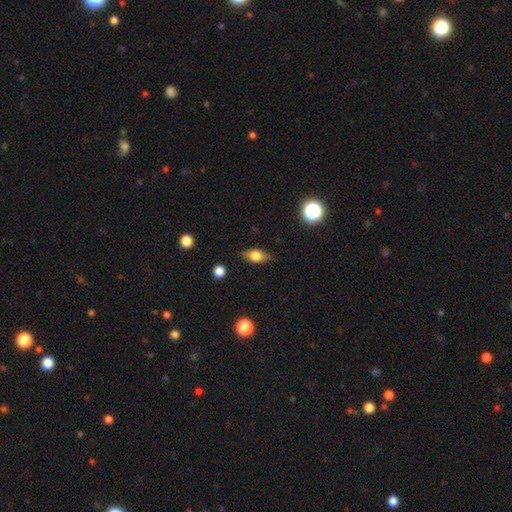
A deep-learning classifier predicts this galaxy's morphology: A smooth galaxy with no disk features (67%) that is in between round and cigar-shaped (78%). Merging: none (82%).